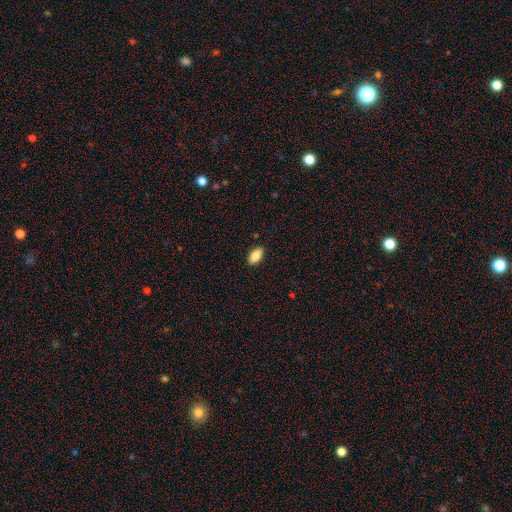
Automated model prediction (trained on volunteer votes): This appears to be a smooth galaxy with no disk features (86%) that is in between round and cigar-shaped (91%). Merging: none (88%).